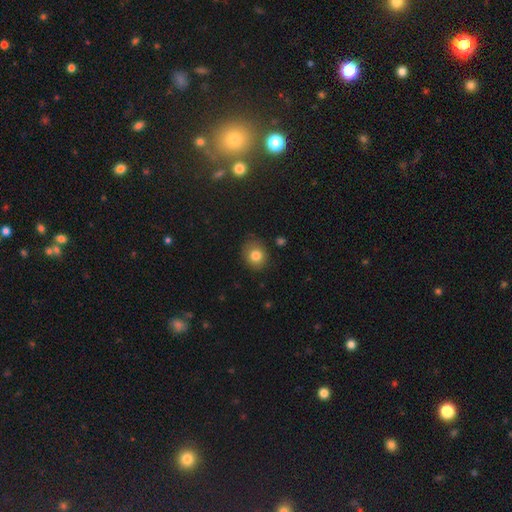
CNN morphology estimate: A smooth galaxy with no disk features (81%) that is round (70%).

Vote fractions:
- Smooth or featured? smooth: 81% / star or artifact: 11% / featured or disk: 8%
- How rounded? round: 70% / in between: 29% / cigar-shaped: 1%
- Merging? none: 81% / minor disturbance: 15% / major disturbance: 3% / merger: 2%